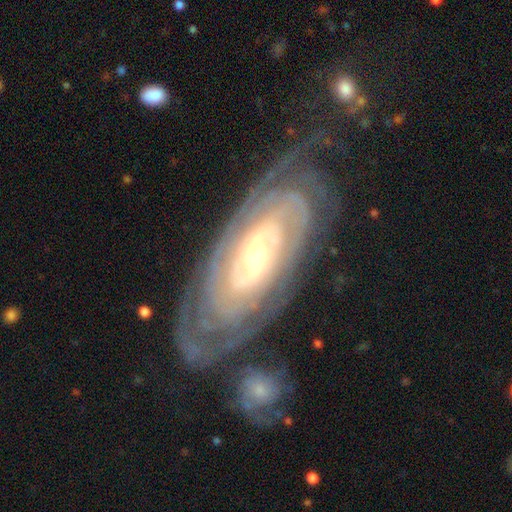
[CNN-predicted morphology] type=featured or disk (88%); edge-on=no (93%); bar=no (57%); spiral arms=yes (94%); winding=tight (84%); arm count=can't tell (45%); bulge=small (50%); merging=none (68%).